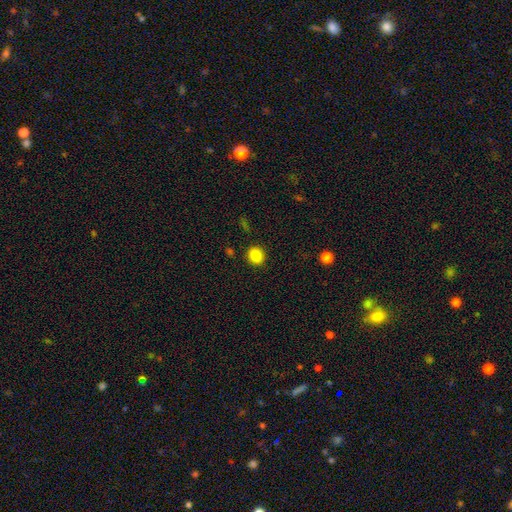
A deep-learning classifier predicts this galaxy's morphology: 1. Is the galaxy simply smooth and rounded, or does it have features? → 85% smooth, 10% star or artifact, 5% featured or disk.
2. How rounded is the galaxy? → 80% round, 19% in between, 1% cigar-shaped.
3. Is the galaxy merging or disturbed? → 90% none, 6% minor disturbance, 2% major disturbance, 2% merger.